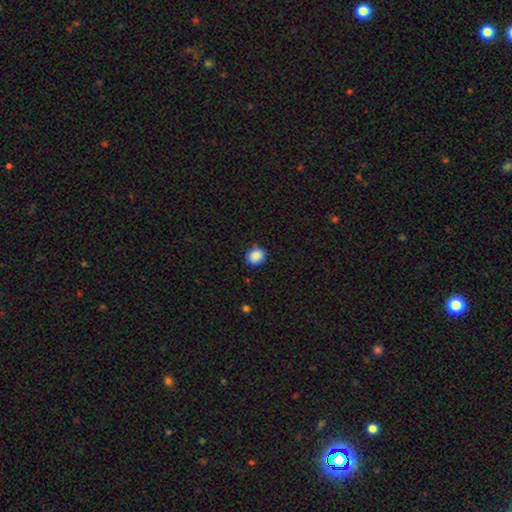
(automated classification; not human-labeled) smooth 88%, star or artifact 9%, featured or disk 3%. Down the decision tree: how rounded — round (68%); merging — none (82%).